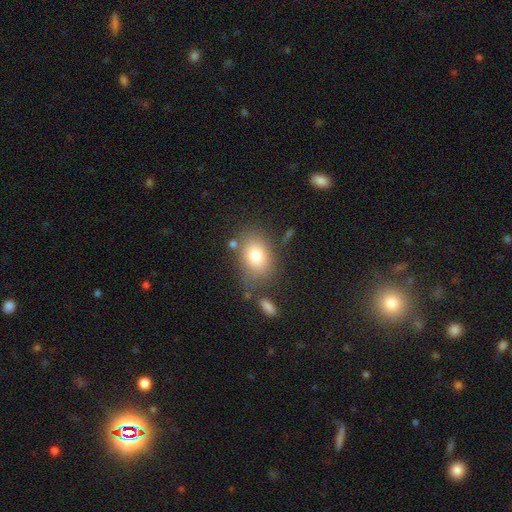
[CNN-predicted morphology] This is likely a smooth galaxy (78%). How rounded: likely in between (77%). Merging: likely none (66%).